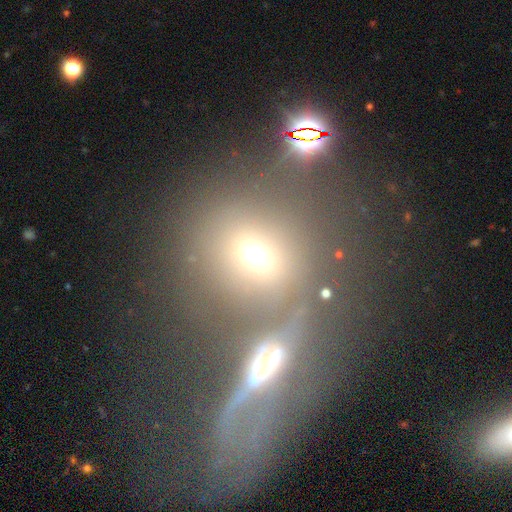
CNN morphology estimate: This appears to be a smooth galaxy with no disk features (58%) that is round (75%). Merging: none (52%).